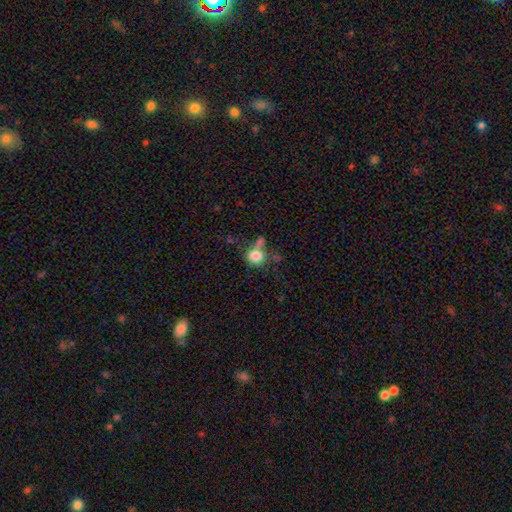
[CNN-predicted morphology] Smooth or featured? Predicted: smooth (p=0.80). How rounded? Predicted: round (p=0.76). Merging? Predicted: none (p=0.49).